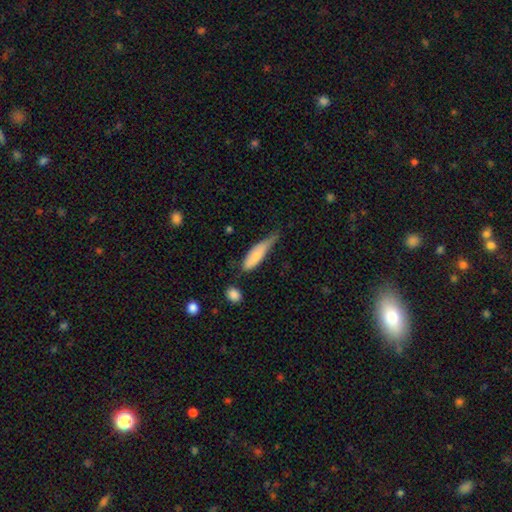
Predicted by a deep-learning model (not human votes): Smooth or featured: smooth — 74% (featured or disk — 20%)
How rounded: cigar-shaped — 56% (in between — 42%)
Merging: minor disturbance — 45% (none — 30%)